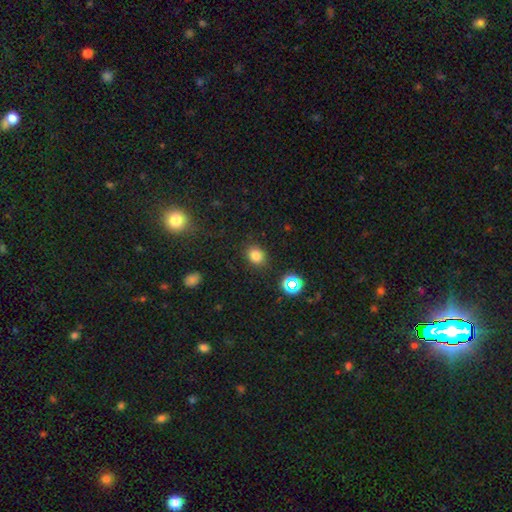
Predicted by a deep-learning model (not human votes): smooth_or_featured: smooth (p=0.77) [alt: star or artifact p=0.17]
how_rounded: round (p=0.66) [alt: in between p=0.33]
merging: none (p=0.85) [alt: minor disturbance p=0.09]